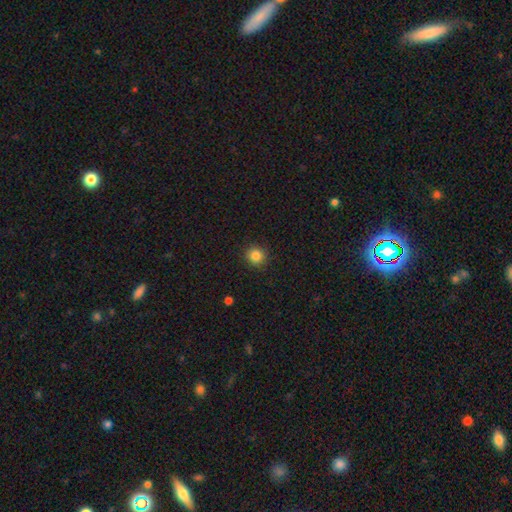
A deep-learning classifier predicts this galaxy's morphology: Smooth or featured: smooth — 85% (star or artifact — 11%)
How rounded: round — 92% (in between — 7%)
Merging: none — 91% (minor disturbance — 6%)